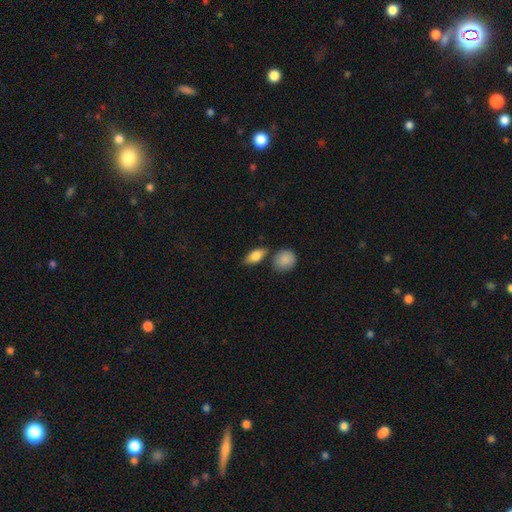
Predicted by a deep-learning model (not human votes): This appears to be a smooth galaxy with no disk features (83%) that is in between round and cigar-shaped (82%). Merging: none (72%).